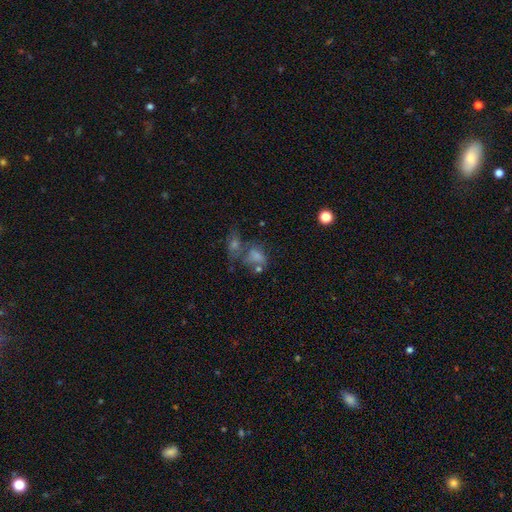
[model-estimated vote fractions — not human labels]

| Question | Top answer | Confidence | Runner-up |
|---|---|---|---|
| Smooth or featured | smooth | 38% | featured or disk (33%) |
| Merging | merger | 41% | none (32%) |